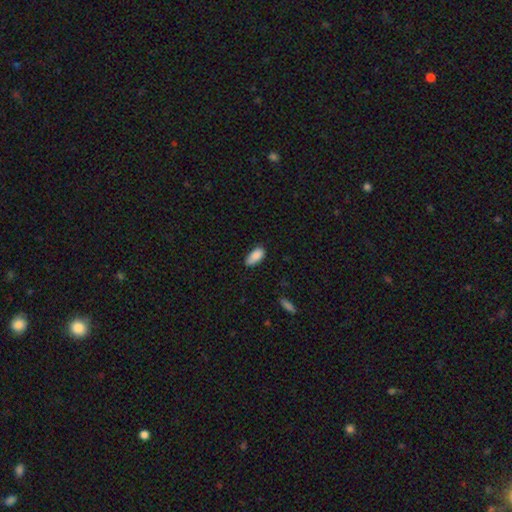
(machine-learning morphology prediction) type=smooth (88%); roundness=in between (89%); merging=none (70%).